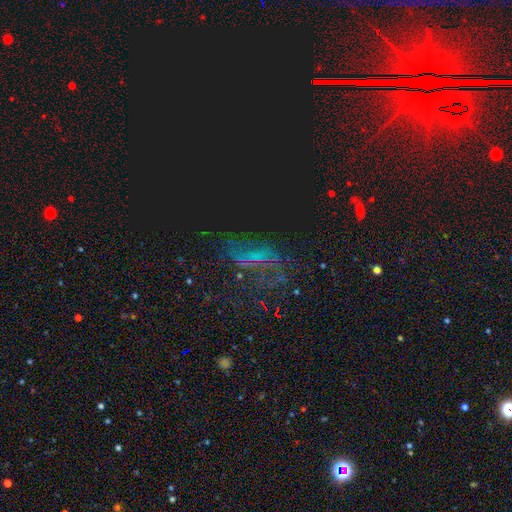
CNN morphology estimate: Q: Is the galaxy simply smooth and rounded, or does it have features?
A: star or artifact — 39%.